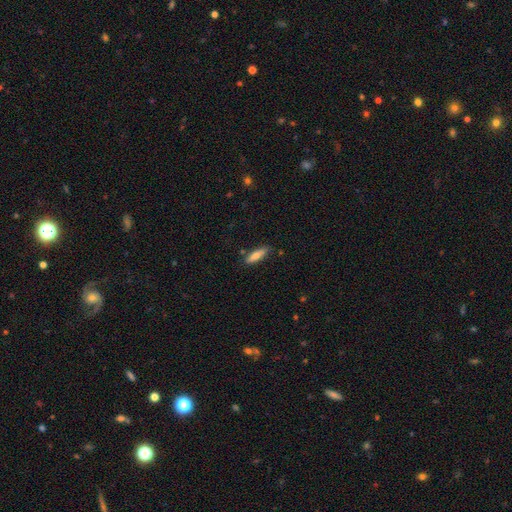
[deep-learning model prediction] This is likely a smooth galaxy (71%). How rounded: likely cigar-shaped (67%). Merging: likely none (80%).